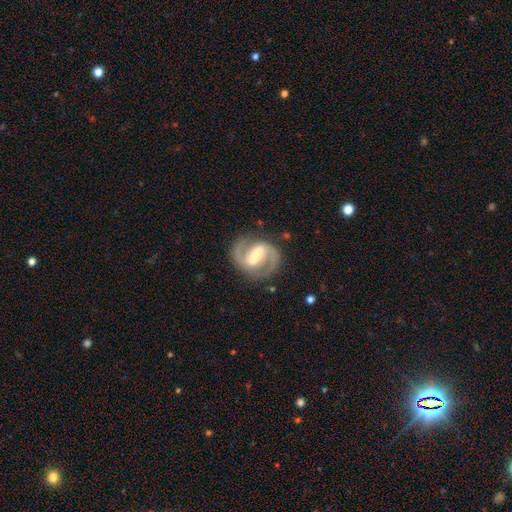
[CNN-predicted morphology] The model was most divided on "bar": strong: 44%, weak: 43%, no: 13%. More confident: edge-on disk — no (98%); spiral arms — yes (97%); spiral arm count — 2 (93%); smooth or featured — featured or disk (90%); merging — none (83%); spiral winding — medium (63%); bulge size — moderate (52%).